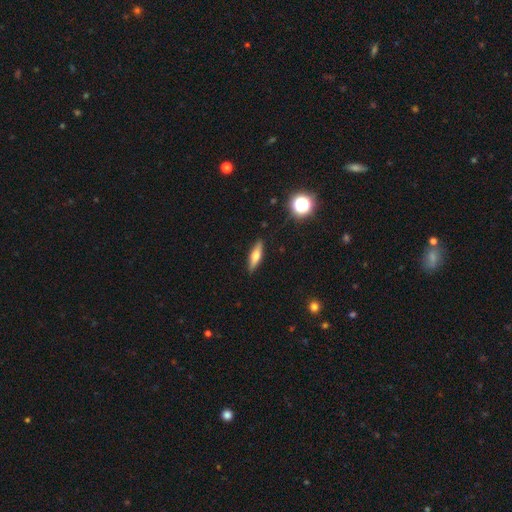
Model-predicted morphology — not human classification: The model was most divided on "smooth or featured": smooth: 51%, featured or disk: 41%, star or artifact: 8%. More confident: merging — none (89%); how rounded — cigar-shaped (63%).